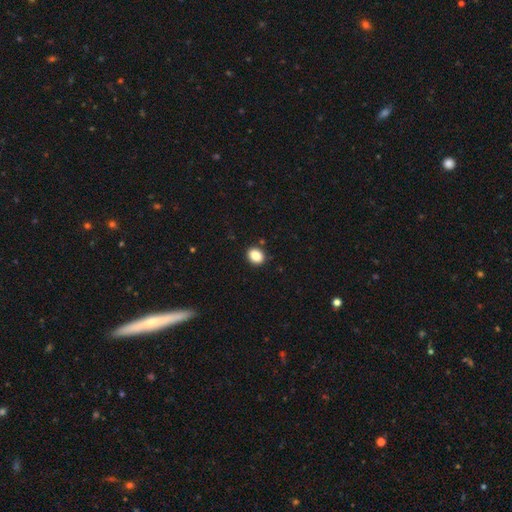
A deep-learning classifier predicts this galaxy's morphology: This appears to be a smooth galaxy with no disk features (87%) that is in between round and cigar-shaped (58%). Merging: none (89%).